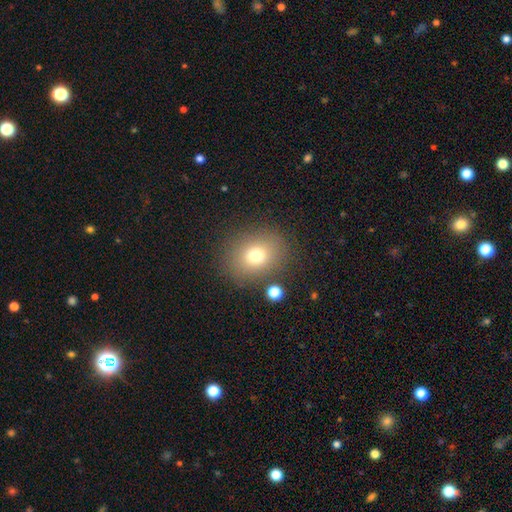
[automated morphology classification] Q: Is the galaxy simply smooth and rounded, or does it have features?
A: smooth — 75%.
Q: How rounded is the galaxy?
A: round — 57%.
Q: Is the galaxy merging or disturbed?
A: none — 82%.